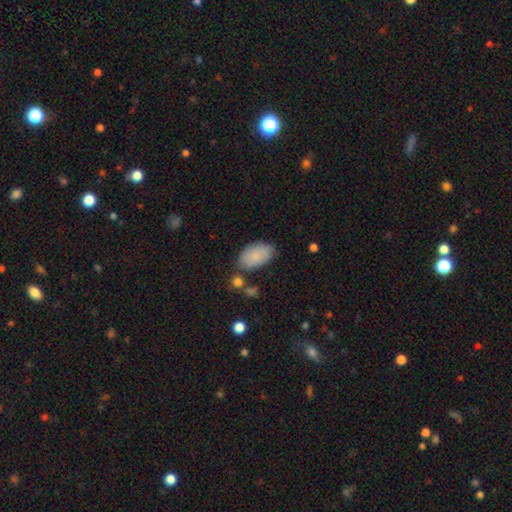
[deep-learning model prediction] smooth-or-featured: smooth: 86% | featured or disk: 8% | star or artifact: 6%
  how-rounded: in between: 94% | round: 4% | cigar-shaped: 2%
  merging: none: 74% | minor disturbance: 16% | merger: 6% | major disturbance: 4%